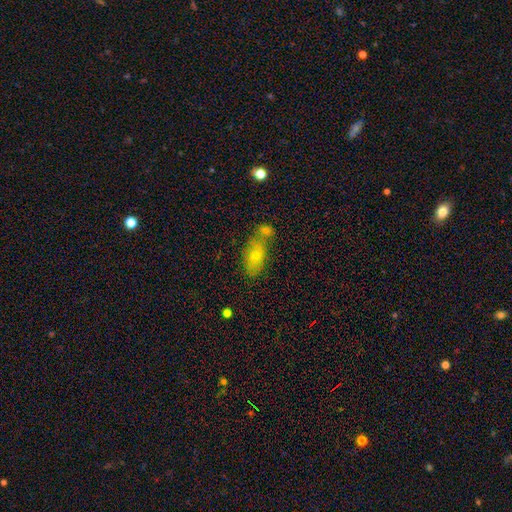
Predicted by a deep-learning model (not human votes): The model was most divided on "merging": none: 53%, merger: 29%, minor disturbance: 14%, major disturbance: 4%. More confident: how rounded — in between (85%); smooth or featured — smooth (66%).